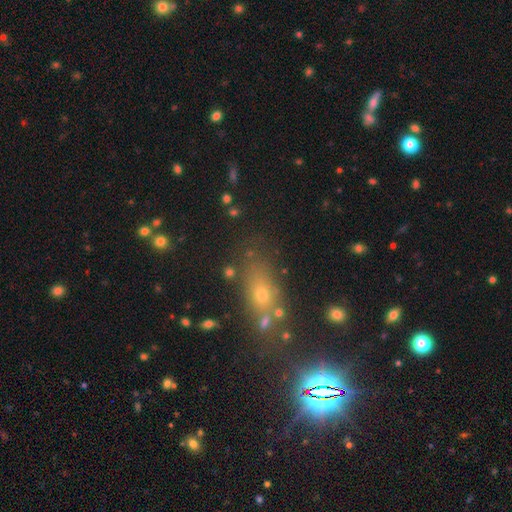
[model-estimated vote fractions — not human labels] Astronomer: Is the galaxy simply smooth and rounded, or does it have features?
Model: smooth — 46% (runner-up: star or artifact, 38%).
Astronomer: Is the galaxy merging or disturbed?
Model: none — 70%.